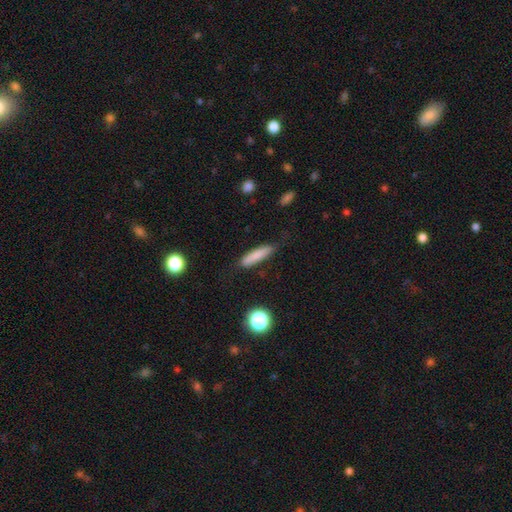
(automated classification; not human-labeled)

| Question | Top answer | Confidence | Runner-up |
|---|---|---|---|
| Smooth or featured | smooth | 81% | featured or disk (11%) |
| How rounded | cigar-shaped | 79% | in between (19%) |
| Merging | none | 78% | minor disturbance (17%) |